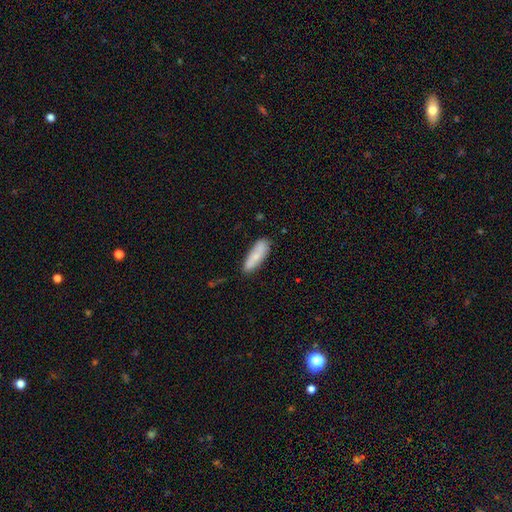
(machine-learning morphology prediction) Smooth or featured? smooth (75%)
How rounded? cigar-shaped (52%)
Merging? none (78%)